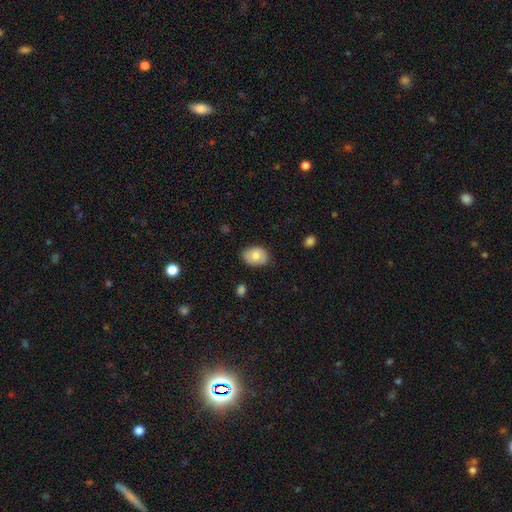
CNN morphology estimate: smooth_or_featured: smooth (p=0.79) [alt: featured or disk p=0.14]
how_rounded: in between (p=0.74) [alt: round p=0.25]
merging: none (p=0.76) [alt: minor disturbance p=0.19]